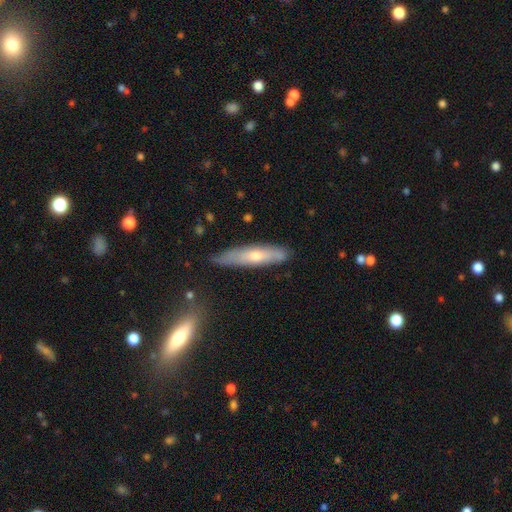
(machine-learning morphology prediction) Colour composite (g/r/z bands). It shows a smooth galaxy with no disk features (50%) that is cigar-shaped (83%). Merging: none (77%).